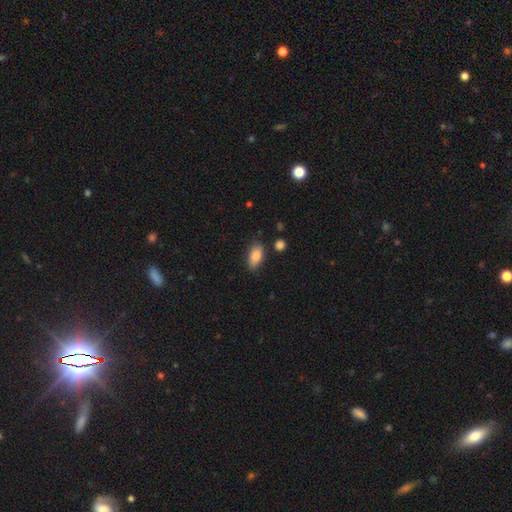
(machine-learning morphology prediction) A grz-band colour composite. It shows a smooth galaxy with no disk features (86%) that is in between round and cigar-shaped (90%). Merging: none (80%).